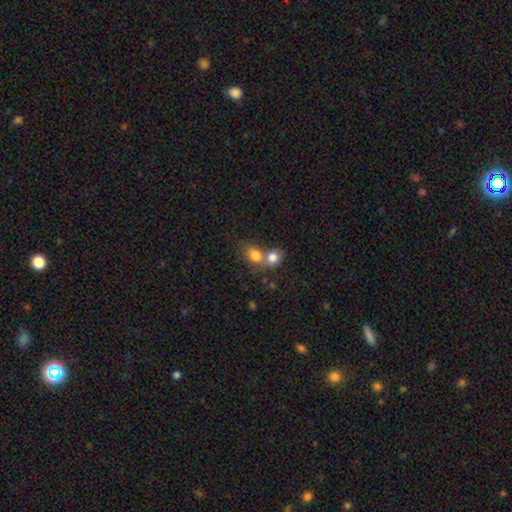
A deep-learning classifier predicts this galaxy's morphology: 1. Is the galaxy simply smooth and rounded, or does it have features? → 79% smooth, 11% featured or disk, 10% star or artifact.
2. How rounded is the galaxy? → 49% in between (tied), 49% round (tied), 2% cigar-shaped.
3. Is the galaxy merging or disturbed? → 62% merger, 27% none, 7% minor disturbance, 3% major disturbance.